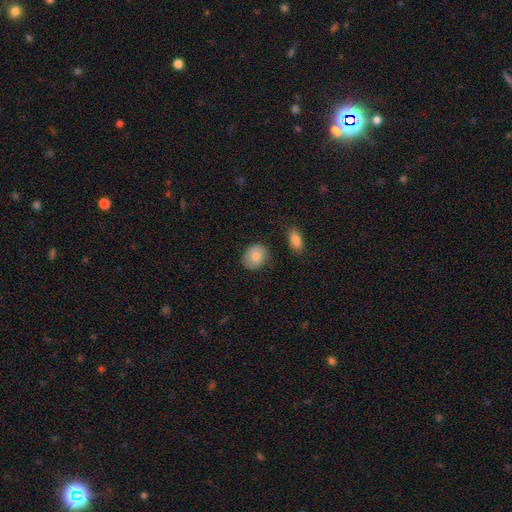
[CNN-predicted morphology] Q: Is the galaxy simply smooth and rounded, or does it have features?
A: smooth — 80%.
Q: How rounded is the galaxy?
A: round — 55%.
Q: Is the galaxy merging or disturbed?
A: none — 79%.